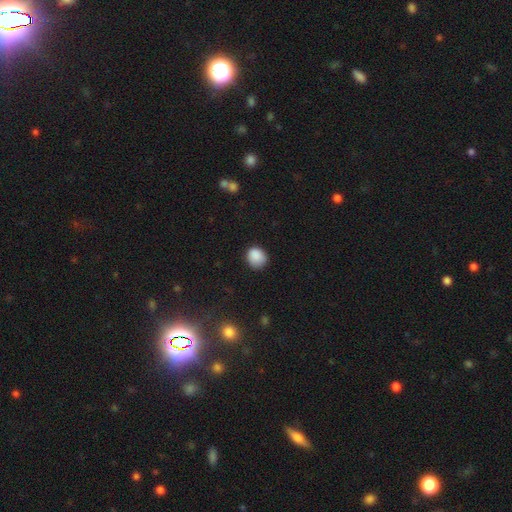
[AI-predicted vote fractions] Smooth or featured? Predicted: smooth (p=0.88). How rounded? Predicted: round (p=0.79). Merging? Predicted: none (p=0.78).